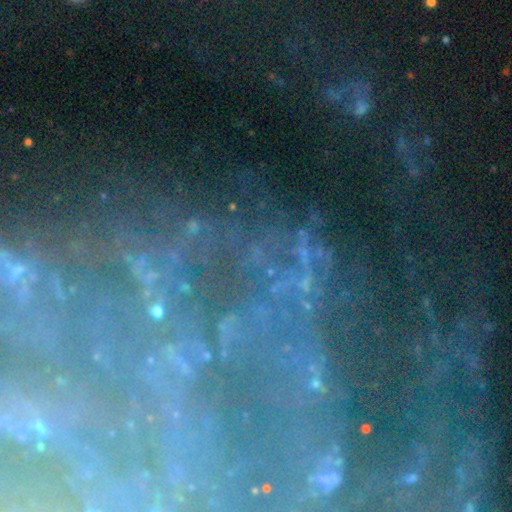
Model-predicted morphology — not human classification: Smooth or featured: star or artifact — 48% (featured or disk — 40%)